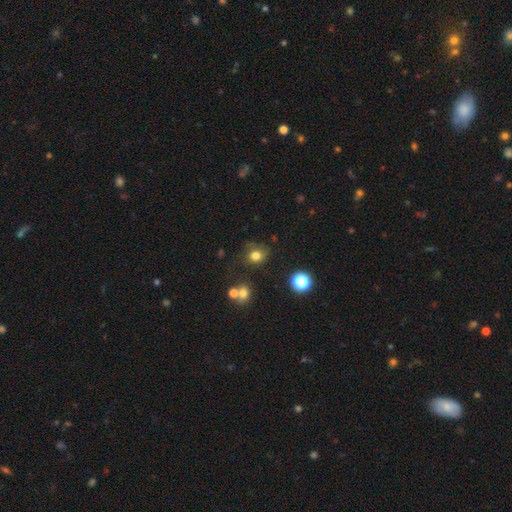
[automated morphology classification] A smooth galaxy with no disk features (77%) that is round (73%).

Vote fractions:
- Smooth or featured? smooth: 77% / star or artifact: 15% / featured or disk: 8%
- How rounded? round: 73% / in between: 26% / cigar-shaped: 1%
- Merging? none: 65% / minor disturbance: 21% / major disturbance: 9% / merger: 5%